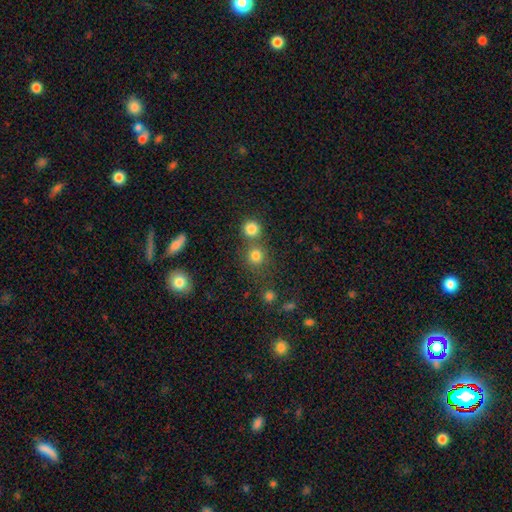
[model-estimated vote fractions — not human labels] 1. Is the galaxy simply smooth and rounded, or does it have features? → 79% smooth, 15% star or artifact, 6% featured or disk.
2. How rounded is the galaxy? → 89% round, 10% in between, 1% cigar-shaped.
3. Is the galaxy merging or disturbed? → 64% none, 26% merger, 7% minor disturbance, 4% major disturbance.